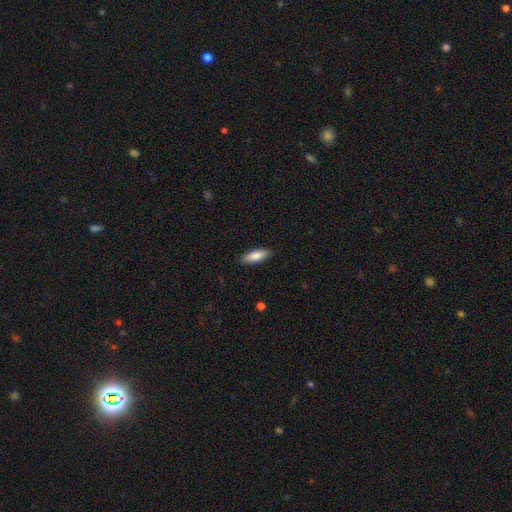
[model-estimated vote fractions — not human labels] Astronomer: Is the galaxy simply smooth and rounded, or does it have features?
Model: smooth — 84%.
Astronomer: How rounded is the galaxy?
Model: in between — 63%.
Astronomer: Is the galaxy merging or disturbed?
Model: none — 87%.